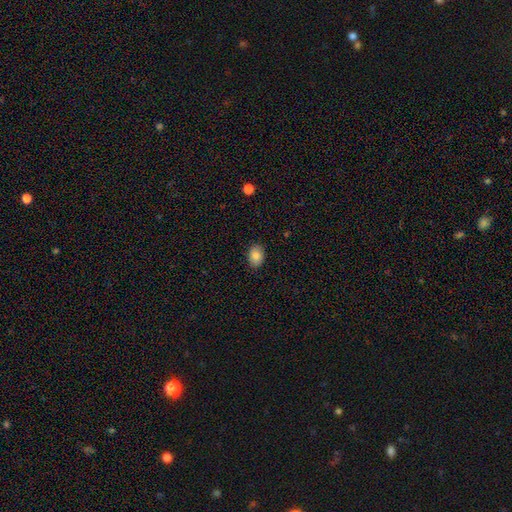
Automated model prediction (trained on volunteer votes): Smooth or featured: smooth — 85% (star or artifact — 8%)
How rounded: in between — 75% (round — 24%)
Merging: none — 88% (minor disturbance — 9%)